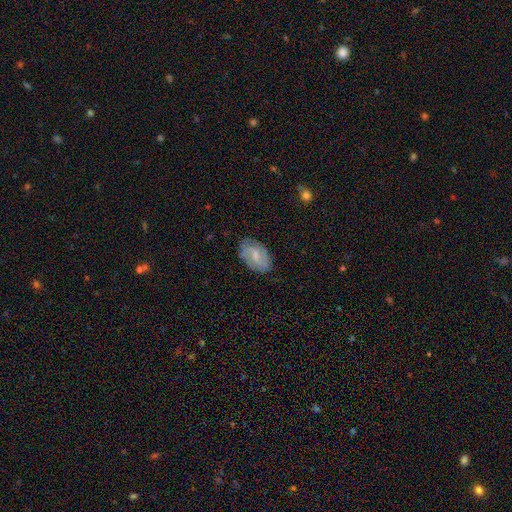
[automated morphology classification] featured or disk 51%, smooth 43%, star or artifact 7%. Down the decision tree: edge-on disk — no (96%); merging — none (75%).